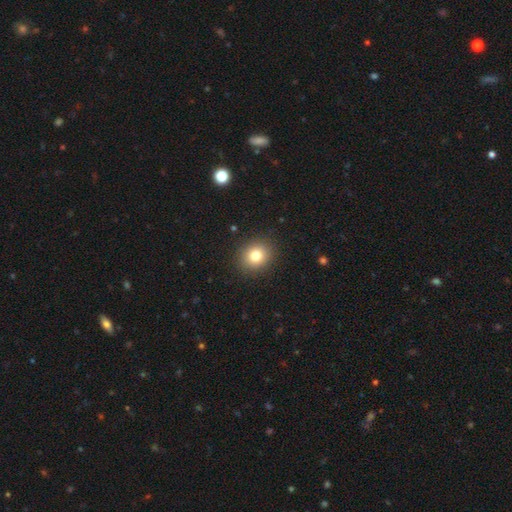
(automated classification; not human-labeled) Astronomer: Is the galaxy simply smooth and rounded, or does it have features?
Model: smooth — 80%.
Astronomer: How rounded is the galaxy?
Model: round — 71%.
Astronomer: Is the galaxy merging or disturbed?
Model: none — 90%.